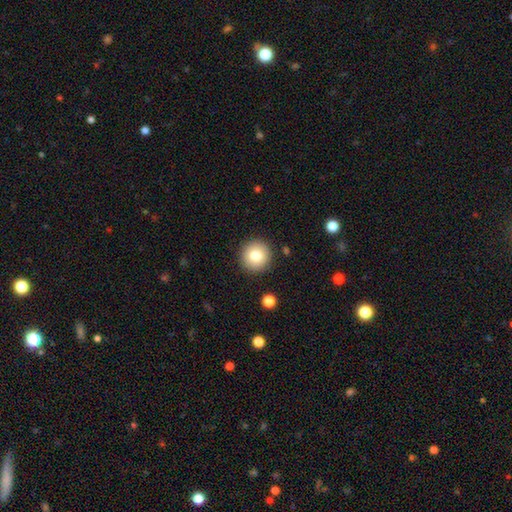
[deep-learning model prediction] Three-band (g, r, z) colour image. It shows a smooth galaxy with no disk features (80%) that is round (95%). Merging: none (90%).